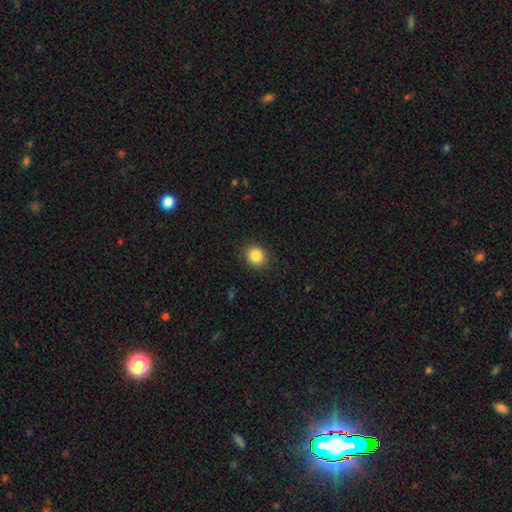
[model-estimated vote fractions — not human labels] smooth_or_featured: smooth (p=0.86) [alt: star or artifact p=0.10]
how_rounded: round (p=0.80) [alt: in between p=0.19]
merging: none (p=0.89) [alt: minor disturbance p=0.08]